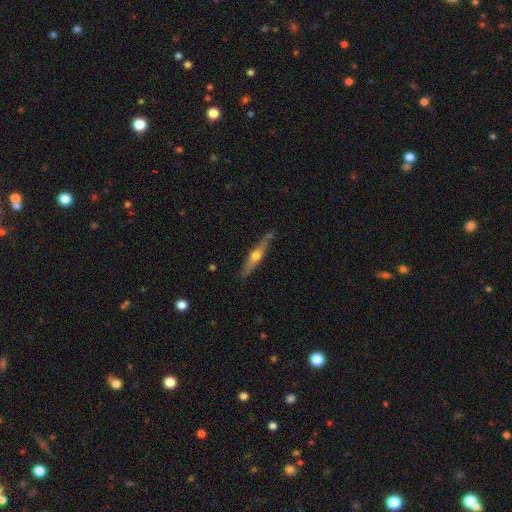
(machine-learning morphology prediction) type=featured or disk (64%); edge-on=yes (95%); edge-on bulge=rounded (94%); merging=none (81%).